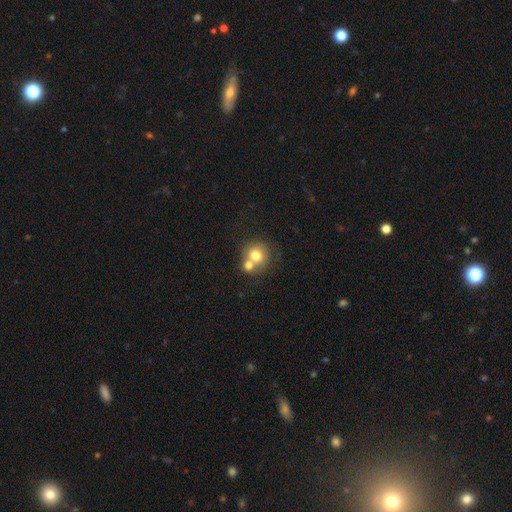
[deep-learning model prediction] Morphology: type=smooth (73%); roundness=round (84%); merging=merger (48%).